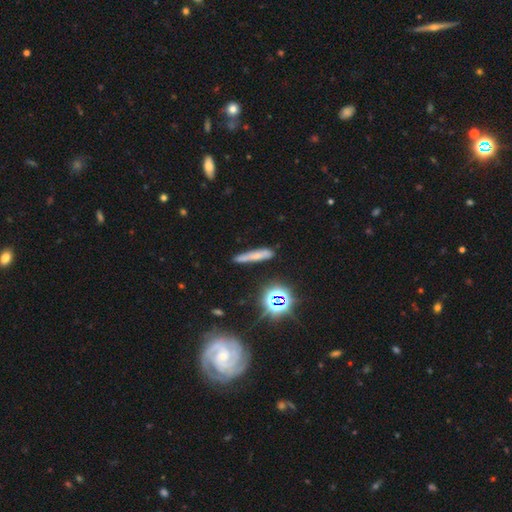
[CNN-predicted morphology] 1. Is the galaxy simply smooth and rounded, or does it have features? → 55% smooth, 24% featured or disk, 21% star or artifact.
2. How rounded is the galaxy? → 88% cigar-shaped, 7% in between, 5% round.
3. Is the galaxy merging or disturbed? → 76% none, 16% minor disturbance, 4% major disturbance, 4% merger.